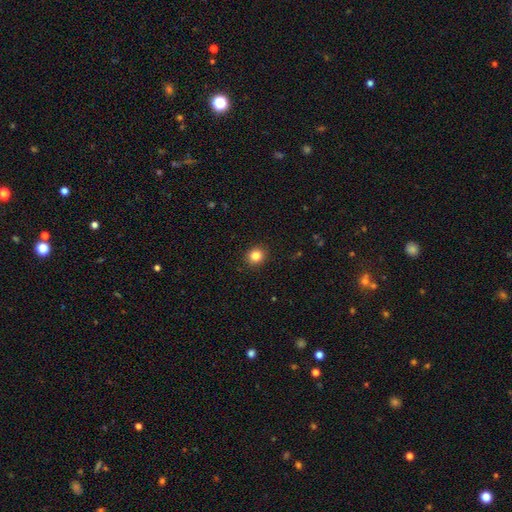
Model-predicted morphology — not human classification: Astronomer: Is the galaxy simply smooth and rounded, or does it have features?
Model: smooth — 84%.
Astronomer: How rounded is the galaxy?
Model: round — 84%.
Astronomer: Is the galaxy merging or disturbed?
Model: none — 92%.